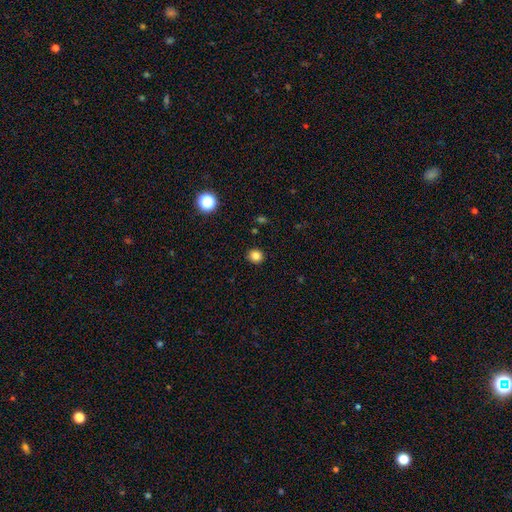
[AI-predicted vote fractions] Overall: smooth (83%). How rounded: round (85%). Merging: none (91%).